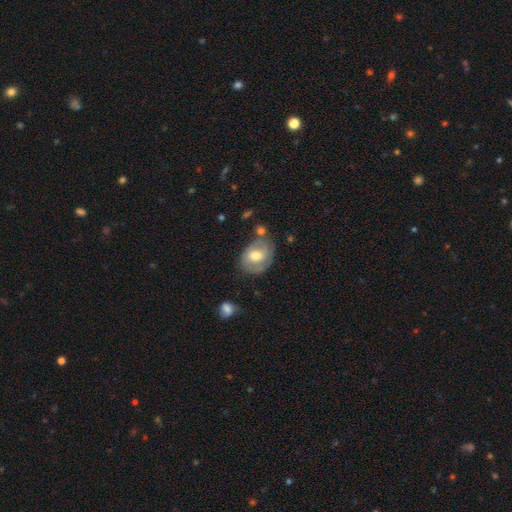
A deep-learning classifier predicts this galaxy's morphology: smooth_or_featured: featured or disk (p=0.48) [alt: smooth p=0.45]
merging: none (p=0.60) [alt: minor disturbance p=0.24]